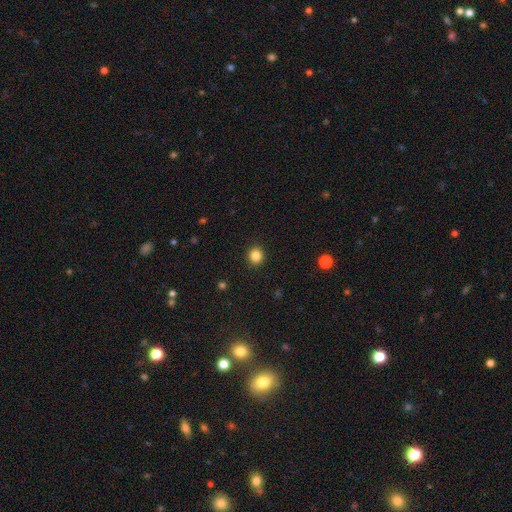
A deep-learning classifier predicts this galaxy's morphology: Smooth or featured? smooth (85%)
How rounded? round (90%)
Merging? none (93%)